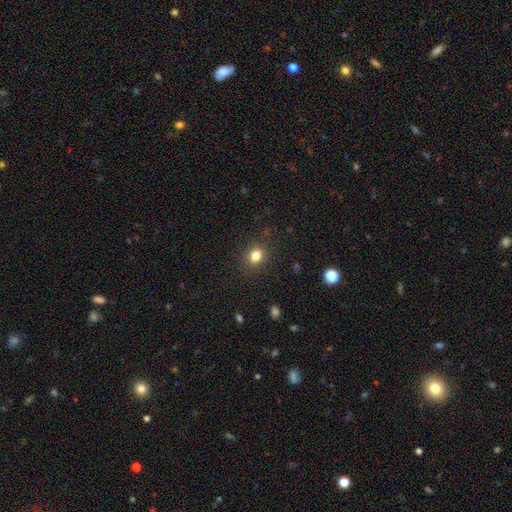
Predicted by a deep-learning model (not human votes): Smooth or featured: smooth — 82% (star or artifact — 12%)
How rounded: round — 59% (in between — 40%)
Merging: none — 87% (minor disturbance — 9%)